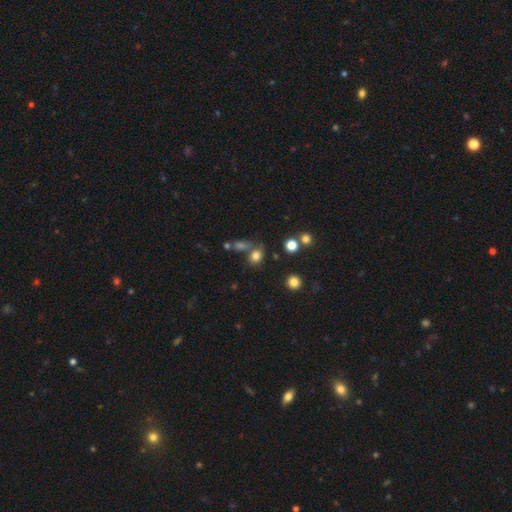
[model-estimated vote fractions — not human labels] A smooth galaxy with no disk features (77%) that is round (53%). Merging: none (59%).